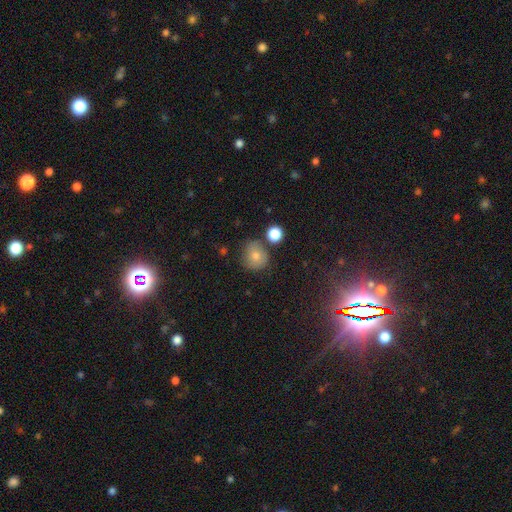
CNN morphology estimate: Smooth or featured?
  - smooth: 65% *
  - star or artifact: 19%
  - featured or disk: 17%
How rounded?
  - round: 83% *
  - in between: 16%
  - cigar-shaped: 1%
Merging?
  - none: 73% *
  - minor disturbance: 16%
  - merger: 7%
  - major disturbance: 4%